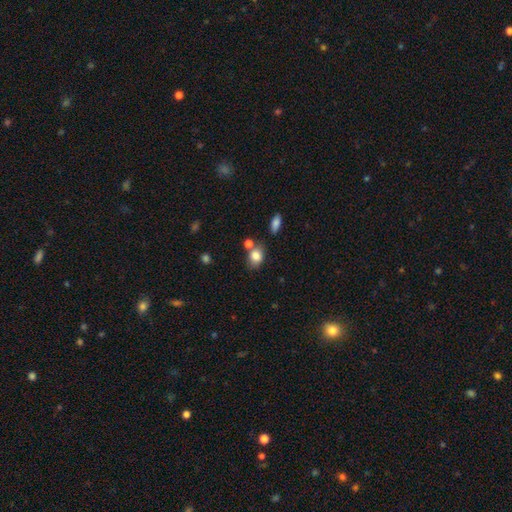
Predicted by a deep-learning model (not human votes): This appears to be a smooth galaxy with no disk features (81%) that is in between round and cigar-shaped (64%). Merging: none (62%).